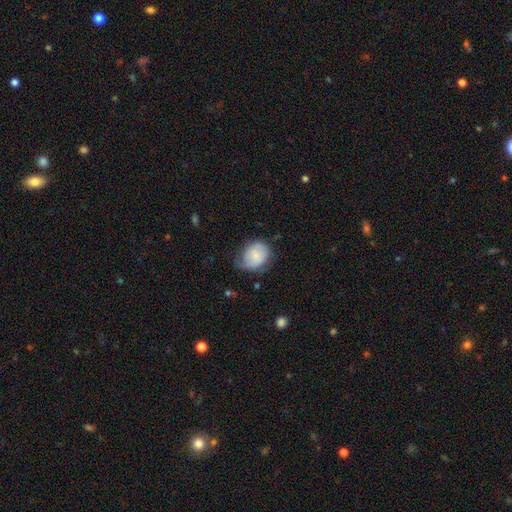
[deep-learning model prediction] smooth-or-featured: smooth: 62% | featured or disk: 30% | star or artifact: 7%
  how-rounded: round: 51% | in between: 48% | cigar-shaped: 1%
  merging: none: 45% | minor disturbance: 36% | major disturbance: 17% | merger: 2%